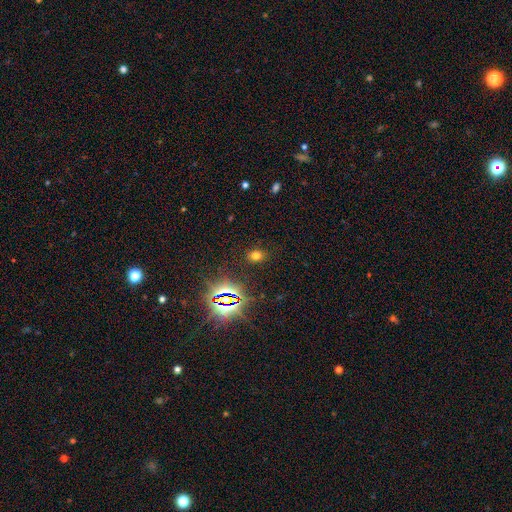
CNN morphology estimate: This appears to be a smooth galaxy with no disk features (63%) that is in between round and cigar-shaped (54%). Merging: none (86%).